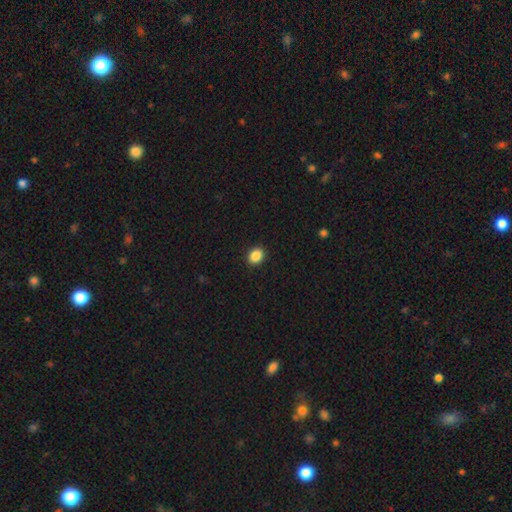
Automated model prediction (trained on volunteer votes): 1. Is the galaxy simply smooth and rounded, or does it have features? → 88% smooth, 9% star or artifact, 3% featured or disk.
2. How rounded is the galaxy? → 58% round, 41% in between, 1% cigar-shaped.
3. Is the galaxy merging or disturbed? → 91% none, 6% minor disturbance, 2% major disturbance, 1% merger.